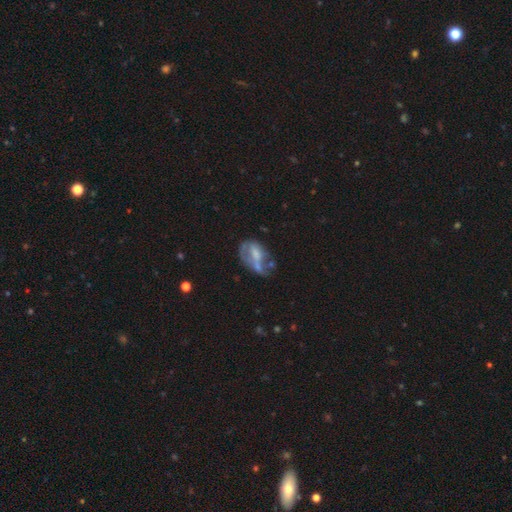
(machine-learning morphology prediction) This is possibly a featured or disk galaxy (49%). Merging: marginally major disturbance (31%).